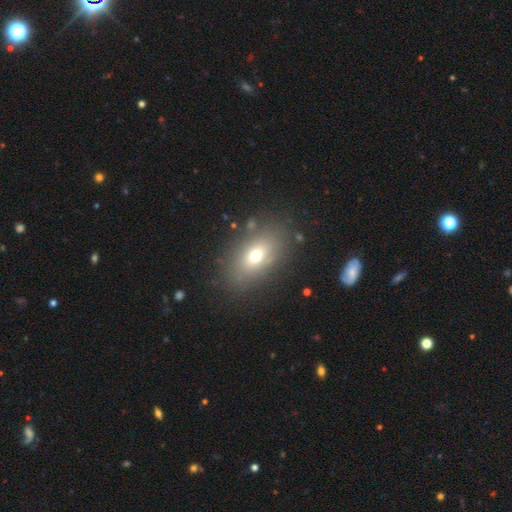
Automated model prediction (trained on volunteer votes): Overall: smooth (68%). How rounded: in between (83%). Merging: none (81%).